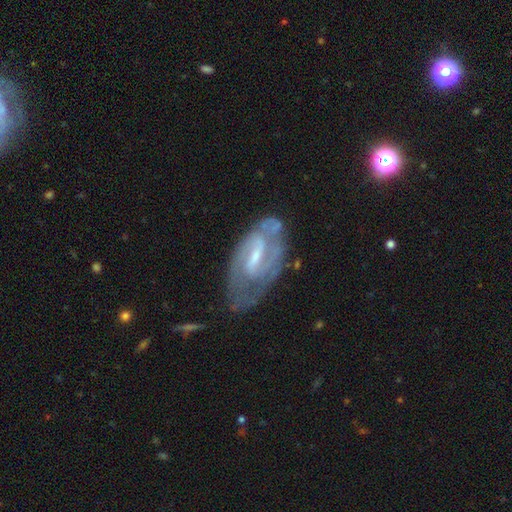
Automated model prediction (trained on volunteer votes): Smooth or featured? featured or disk (81%)
Edge-on disk? no (95%)
Bar? weak (53%)
Spiral arms? yes (87%)
Spiral winding? tight (45%)
Spiral arm count? 2 (57%)
Bulge size? small (54%)
Merging? none (56%)